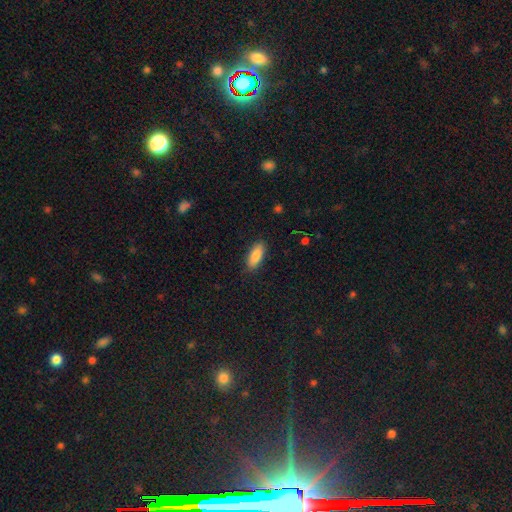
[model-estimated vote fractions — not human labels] The model was most divided on "how rounded": in between: 76%, cigar-shaped: 22%, round: 2%. More confident: smooth or featured — smooth (86%); merging — none (86%).